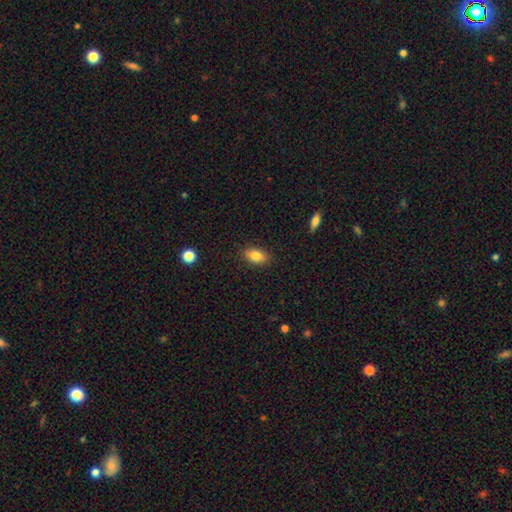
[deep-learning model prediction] Overall: smooth (84%). How rounded: in between (88%). Merging: none (87%).